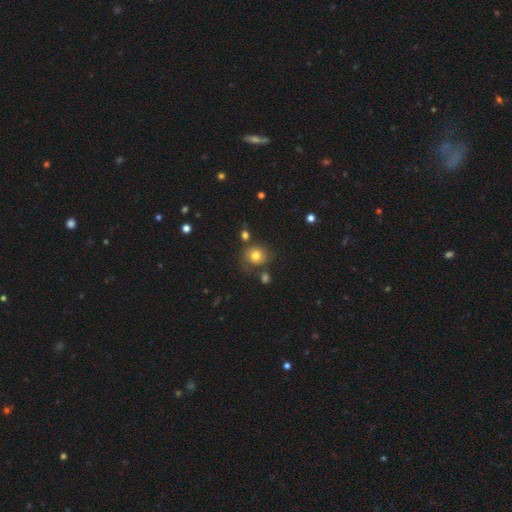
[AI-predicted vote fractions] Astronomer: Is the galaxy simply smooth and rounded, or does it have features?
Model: smooth — 75%.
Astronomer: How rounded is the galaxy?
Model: round — 82%.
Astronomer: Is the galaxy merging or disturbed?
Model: none — 65%.